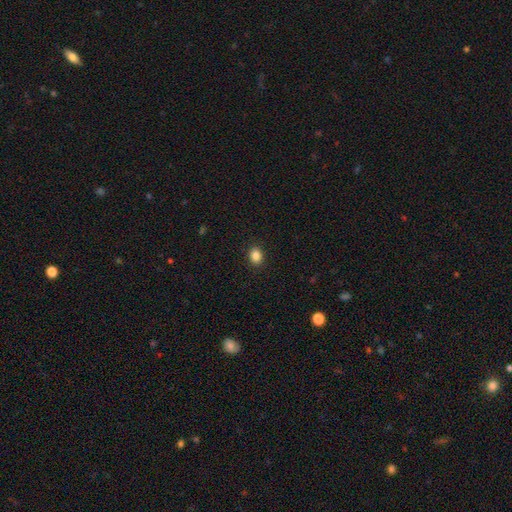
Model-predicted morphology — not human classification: smooth 86%, star or artifact 10%, featured or disk 4%. Down the decision tree: how rounded — in between (52%); merging — none (91%).